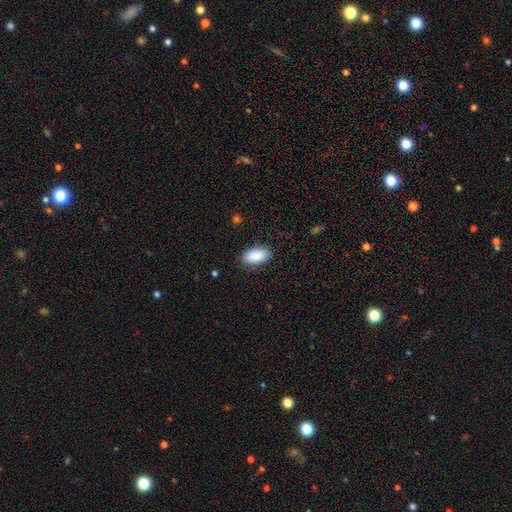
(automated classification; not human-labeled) Smooth or featured? Predicted: smooth (p=0.89). How rounded? Predicted: in between (p=0.94). Merging? Predicted: none (p=0.87).